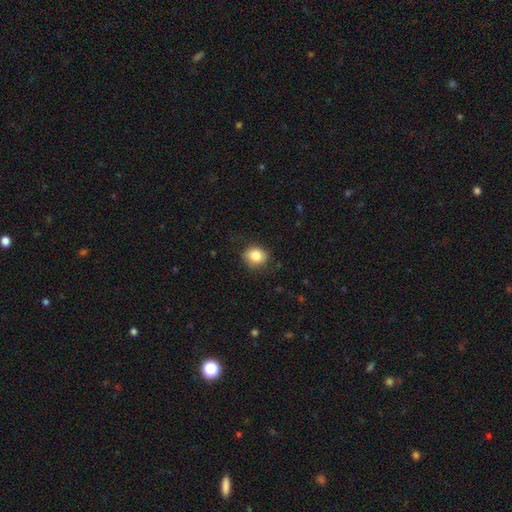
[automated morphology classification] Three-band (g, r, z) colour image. It shows a smooth galaxy with no disk features (84%) that is round (67%). Merging: none (80%).